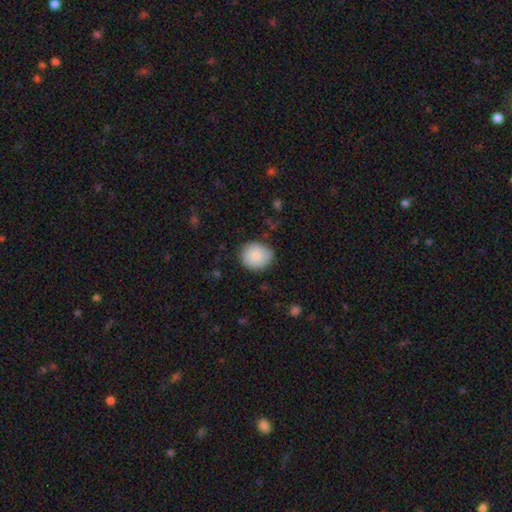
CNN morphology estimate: A smooth galaxy with no disk features (82%) that is round (79%).

Vote fractions:
- Smooth or featured? smooth: 82% / featured or disk: 10% / star or artifact: 8%
- How rounded? round: 79% / in between: 20% / cigar-shaped: 1%
- Merging? none: 79% / minor disturbance: 17% / major disturbance: 3% / merger: 1%